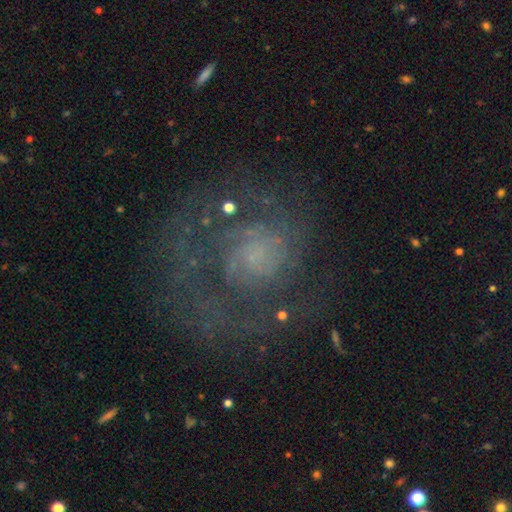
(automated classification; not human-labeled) This is likely a featured or disk galaxy (73%). It is clearly not viewed edge-on (98%). Bar: likely no (78%). Spiral arm pattern: likely yes (80%). Spiral arm count: marginally can't tell (31%). Spiral winding: marginally tight (45%). Central bulge: marginally none (43%). Merging: possibly none (55%).